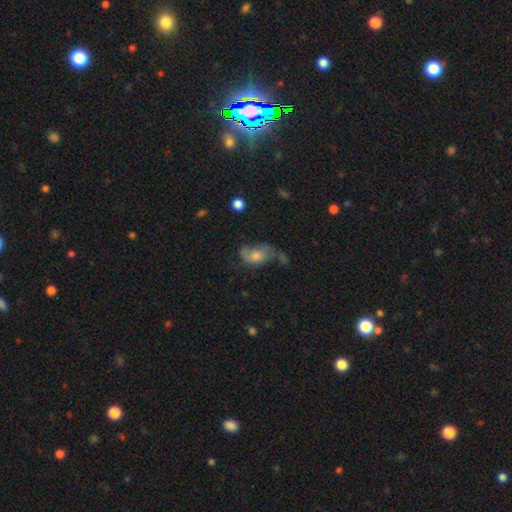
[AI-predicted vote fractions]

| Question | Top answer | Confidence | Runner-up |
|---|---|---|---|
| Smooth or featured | featured or disk | 47% | smooth (41%) |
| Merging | none | 39% | minor disturbance (29%) |